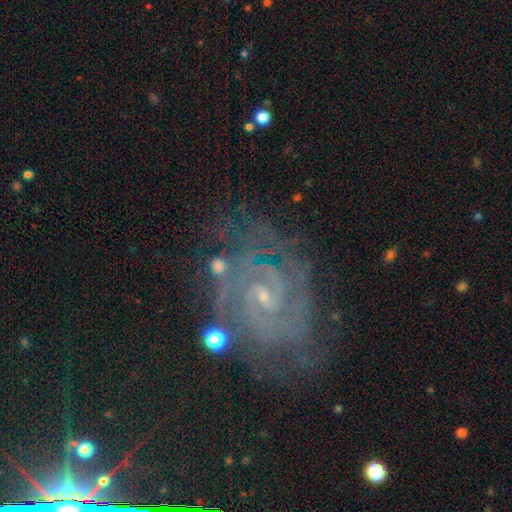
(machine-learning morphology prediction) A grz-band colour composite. It shows a featured or disk galaxy (88%) with a weak bar (47%), 2 (53%) tight (71%) spiral arms (98%) and a small central bulge (80%). Merging: none (70%).